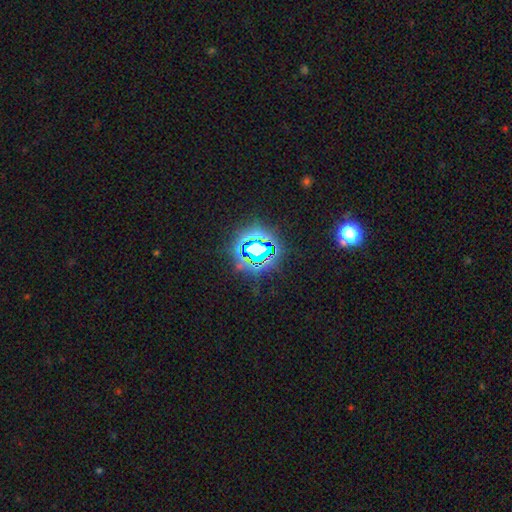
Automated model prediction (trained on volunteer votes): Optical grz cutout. It shows a star or artifact, not a galaxy (80%).